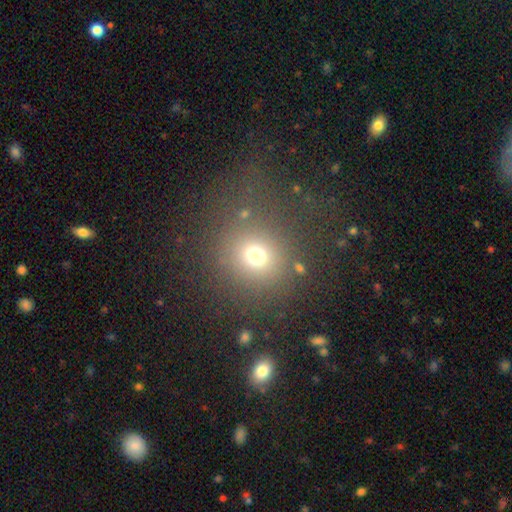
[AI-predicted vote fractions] smooth 71%, star or artifact 20%, featured or disk 9%. Down the decision tree: how rounded — round (86%); merging — none (79%).